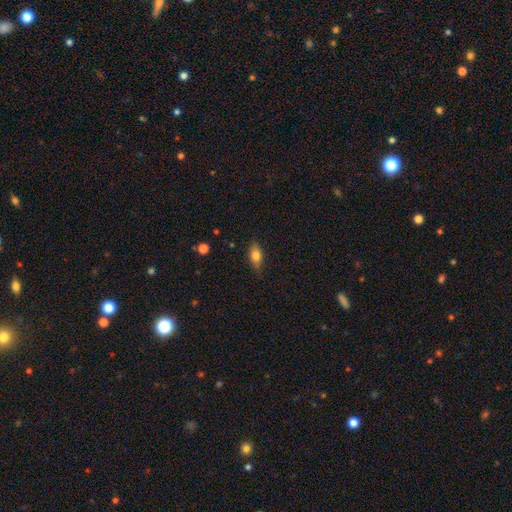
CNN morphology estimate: smooth 74%, featured or disk 18%, star or artifact 8%. Down the decision tree: how rounded — in between (80%); merging — none (81%).